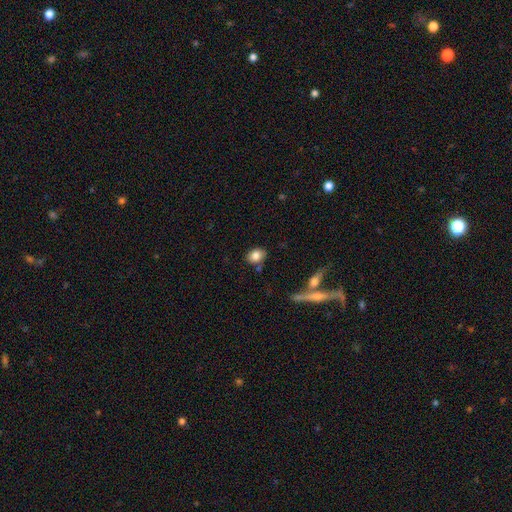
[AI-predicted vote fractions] A smooth galaxy with no disk features (82%) that is in between round and cigar-shaped (64%). Merging: none (76%).